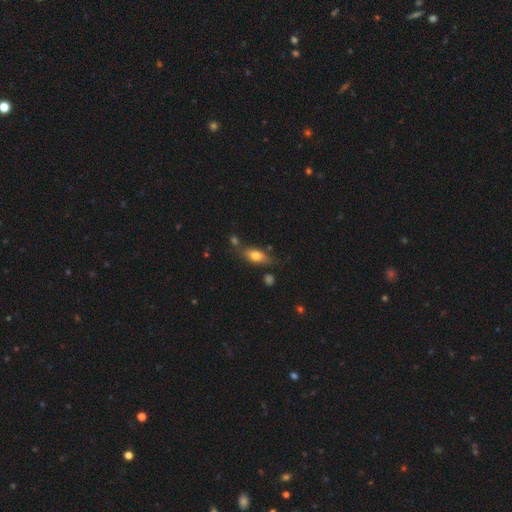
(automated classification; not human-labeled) smooth_or_featured: smooth (p=0.67) [alt: featured or disk p=0.25]
how_rounded: in between (p=0.75) [alt: cigar-shaped p=0.20]
merging: none (p=0.69) [alt: minor disturbance p=0.18]